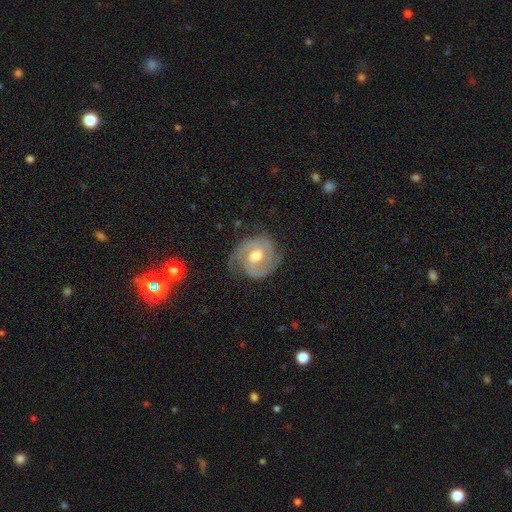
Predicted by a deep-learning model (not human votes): This appears to be a featured or disk galaxy (88%) with a weak bar (45%), 2 (79%) tight (66%) spiral arms (97%) and a moderate central bulge (77%). Merging: none (77%).